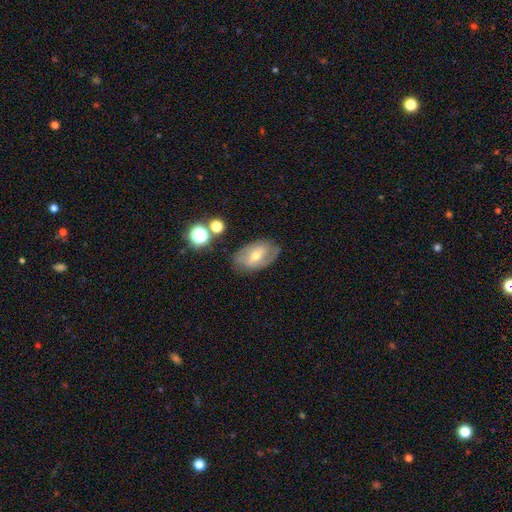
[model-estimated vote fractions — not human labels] Q: Smooth or featured?
A: featured or disk (59%); runner-up: smooth (33%)
Q: Edge-on disk?
A: no (93%); runner-up: yes (7%)
Q: Bar?
A: weak (45%); runner-up: strong (28%)
Q: Spiral arms?
A: yes (68%); runner-up: no (32%)
Q: Bulge size?
A: moderate (56%); runner-up: small (39%)
Q: Merging?
A: none (75%); runner-up: minor disturbance (17%)